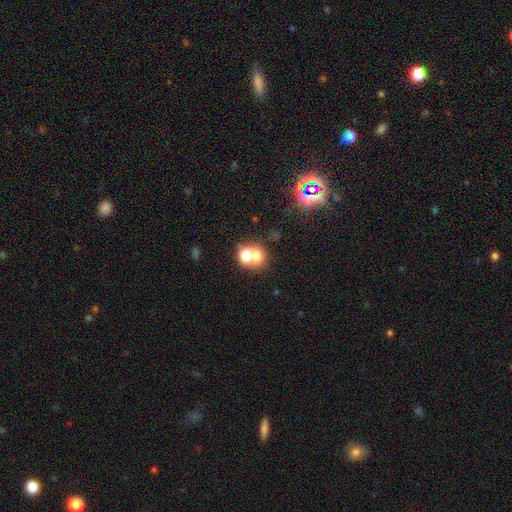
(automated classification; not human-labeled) Smooth or featured: smooth — 65% (featured or disk — 18%)
How rounded: round — 67% (in between — 32%)
Merging: merger — 56% (none — 33%)